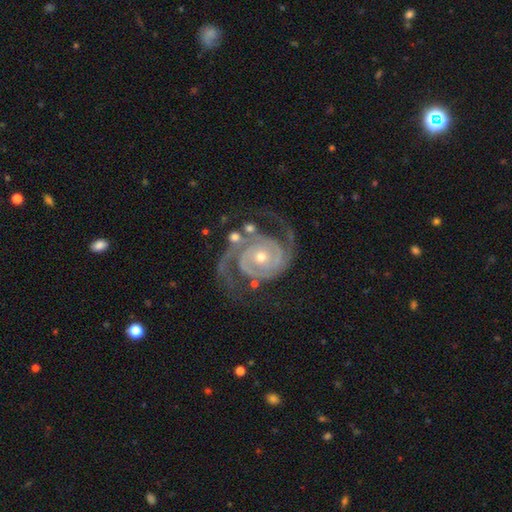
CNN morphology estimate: This is clearly a featured or disk galaxy (92%). It is clearly not viewed edge-on (98%). Bar: likely no (72%). Spiral arm pattern: clearly yes (98%). Spiral arm count: clearly 2 (85%). Spiral winding: possibly tight (52%). Central bulge: possibly small (53%). Merging: likely none (69%).